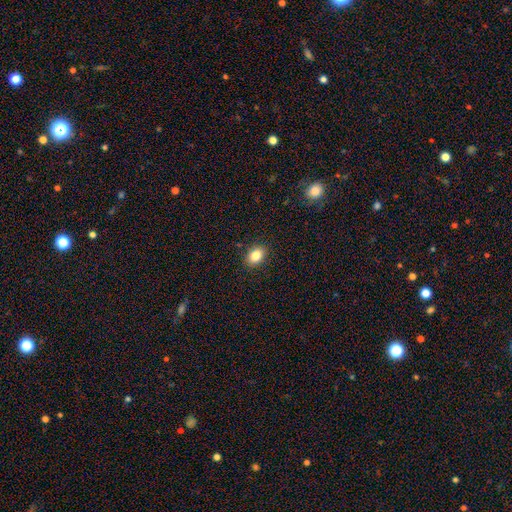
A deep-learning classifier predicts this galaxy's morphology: Smooth or featured?
  - smooth: 83% *
  - star or artifact: 9%
  - featured or disk: 7%
How rounded?
  - in between: 80% *
  - round: 19%
  - cigar-shaped: 1%
Merging?
  - none: 88% *
  - minor disturbance: 8%
  - major disturbance: 2%
  - merger: 1%